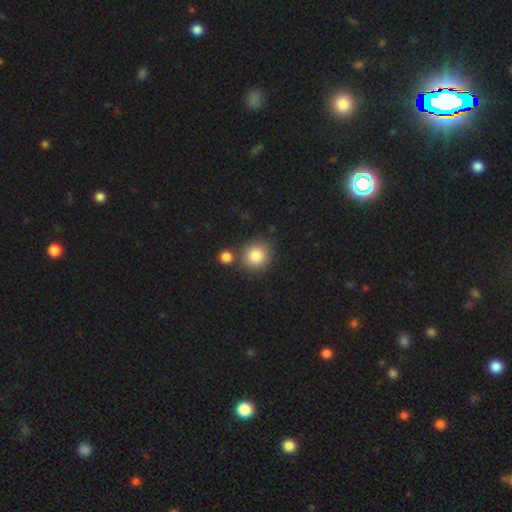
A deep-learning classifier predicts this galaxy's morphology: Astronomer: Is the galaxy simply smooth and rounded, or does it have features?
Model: smooth — 85%.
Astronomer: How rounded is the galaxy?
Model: round — 88%.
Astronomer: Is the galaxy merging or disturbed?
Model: none — 73%.